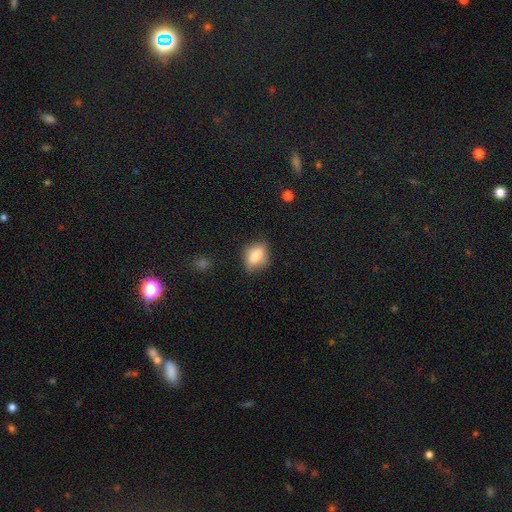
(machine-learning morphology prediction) smooth_or_featured: smooth (p=0.75) [alt: featured or disk p=0.16]
how_rounded: in between (p=0.63) [alt: round p=0.33]
merging: none (p=0.67) [alt: minor disturbance p=0.25]